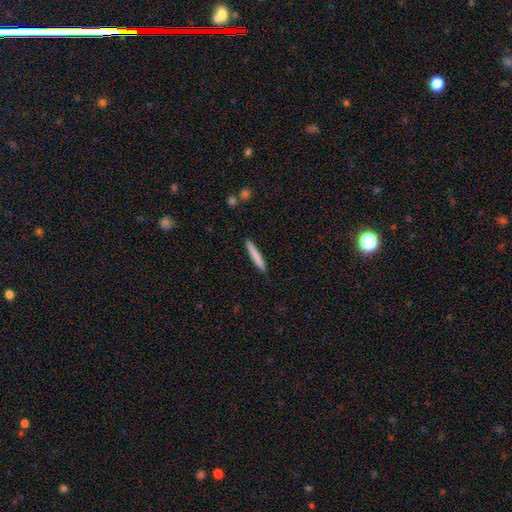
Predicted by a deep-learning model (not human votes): Smooth or featured? smooth (78%)
How rounded? cigar-shaped (96%)
Merging? none (91%)